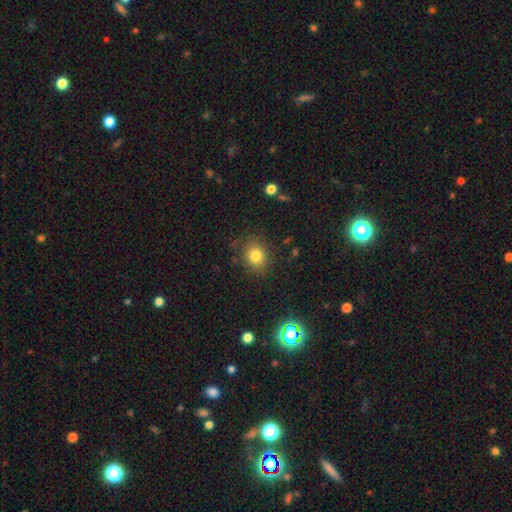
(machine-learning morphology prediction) smooth_or_featured: smooth (p=0.80) [alt: star or artifact p=0.13]
how_rounded: round (p=0.70) [alt: in between p=0.29]
merging: none (p=0.84) [alt: minor disturbance p=0.11]